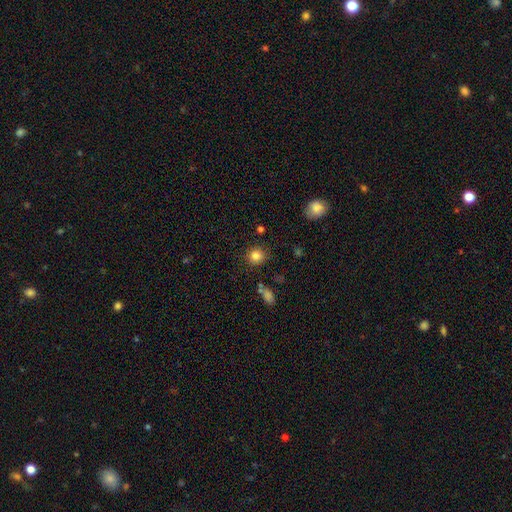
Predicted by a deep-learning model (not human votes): This is clearly a smooth galaxy (84%). How rounded: clearly round (87%). Merging: clearly none (86%).